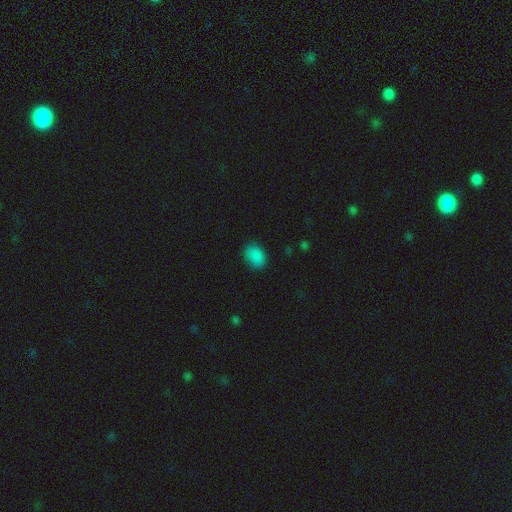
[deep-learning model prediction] smooth-or-featured: smooth: 86% | star or artifact: 11% | featured or disk: 3%
  how-rounded: in between: 73% | round: 26% | cigar-shaped: 1%
  merging: none: 82% | minor disturbance: 13% | major disturbance: 3% | merger: 1%